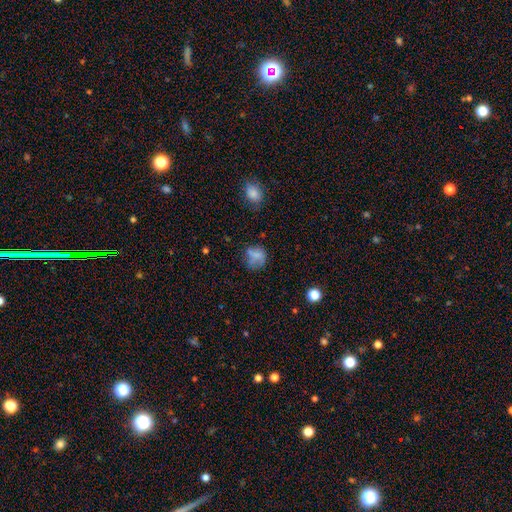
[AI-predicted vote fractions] Overall: smooth (65%). How rounded: round (68%; in between 31%). Merging: none (50%; minor disturbance 25%).